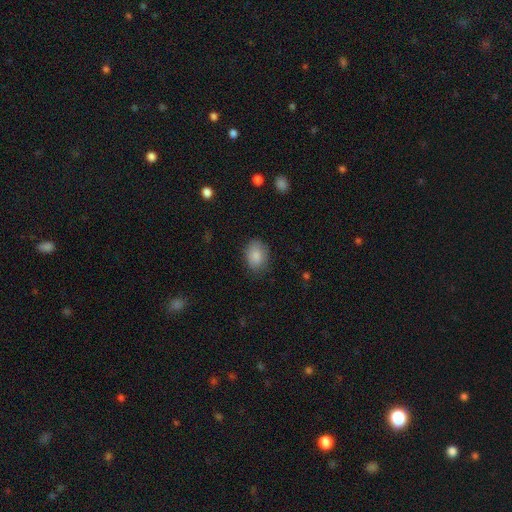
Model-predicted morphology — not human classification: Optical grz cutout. It shows a smooth galaxy with no disk features (86%) that is in between round and cigar-shaped (72%). Merging: none (77%).